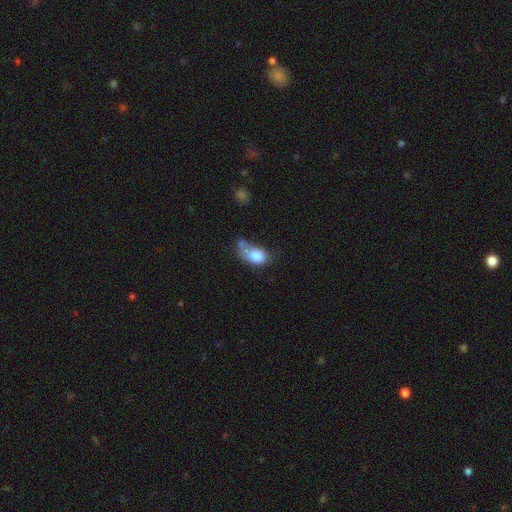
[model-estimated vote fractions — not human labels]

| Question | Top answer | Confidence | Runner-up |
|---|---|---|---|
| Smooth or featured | smooth | 77% | featured or disk (14%) |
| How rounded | in between | 85% | round (13%) |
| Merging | merger | 28% | minor disturbance (27%) |